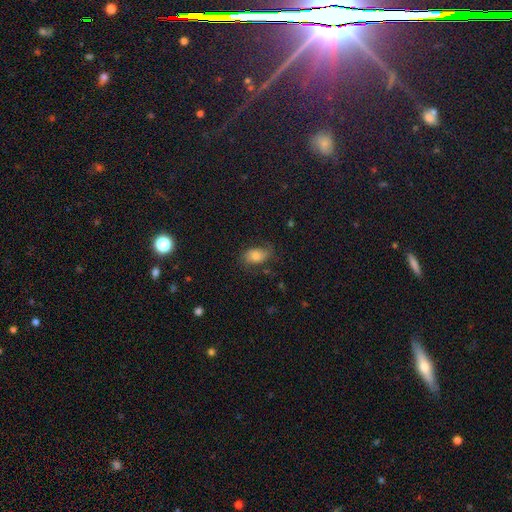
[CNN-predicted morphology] Q: Smooth or featured?
A: smooth (61%); runner-up: featured or disk (28%)
Q: How rounded?
A: in between (84%); runner-up: round (14%)
Q: Merging?
A: none (61%); runner-up: minor disturbance (24%)